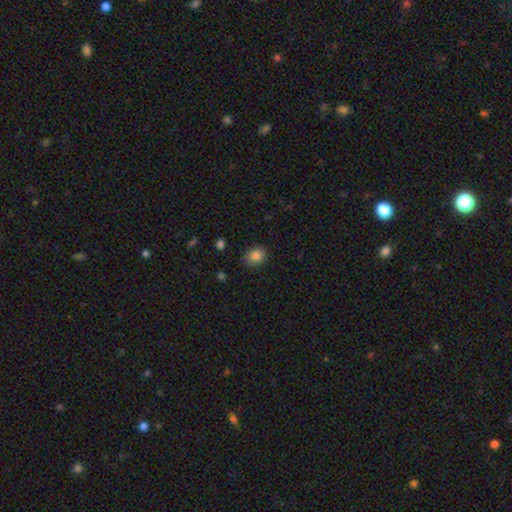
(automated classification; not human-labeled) A smooth galaxy with no disk features (85%) that is in between round and cigar-shaped (50%).

Vote fractions:
- Smooth or featured? smooth: 85% / star or artifact: 10% / featured or disk: 5%
- How rounded? in between: 50% / round: 49% / cigar-shaped: 1%
- Merging? none: 77% / minor disturbance: 18% / major disturbance: 4% / merger: 1%